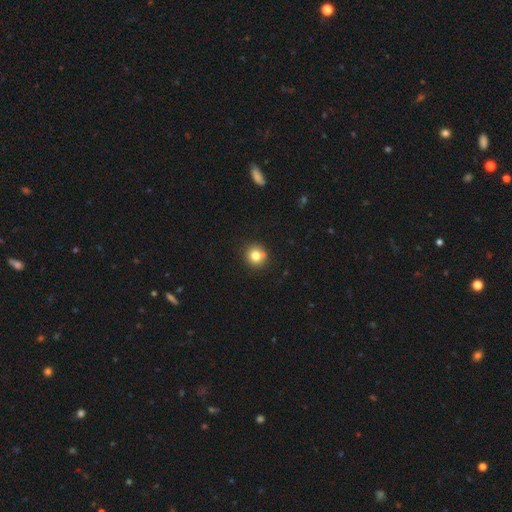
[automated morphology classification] Q: Smooth or featured?
A: smooth (80%); runner-up: star or artifact (12%)
Q: How rounded?
A: round (91%); runner-up: in between (8%)
Q: Merging?
A: none (85%); runner-up: minor disturbance (9%)